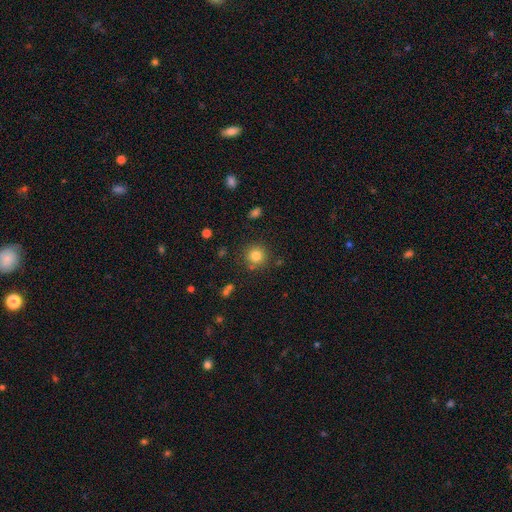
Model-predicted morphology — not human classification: smooth-or-featured: smooth: 81% | star or artifact: 12% | featured or disk: 7%
  how-rounded: round: 94% | in between: 5% | cigar-shaped: 1%
  merging: none: 85% | minor disturbance: 8% | merger: 4% | major disturbance: 3%